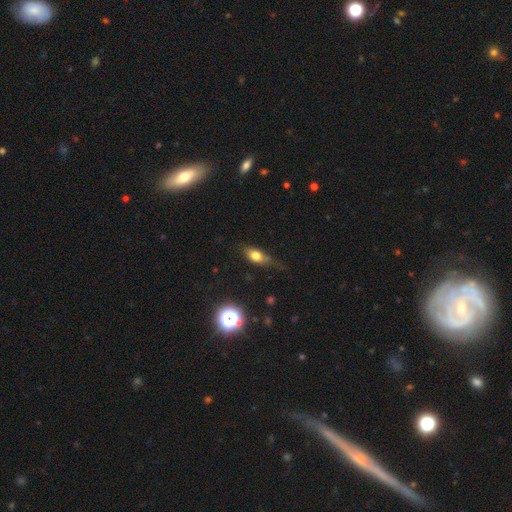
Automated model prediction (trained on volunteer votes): This is likely a smooth galaxy (71%). How rounded: likely in between (73%). Merging: possibly none (51%).